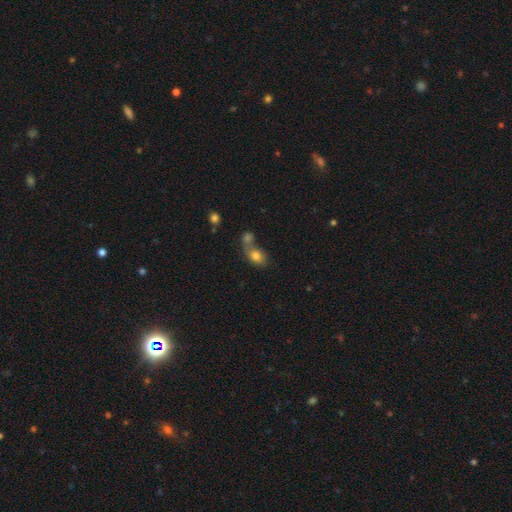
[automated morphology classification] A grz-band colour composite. It shows a smooth galaxy with no disk features (79%) that is in between round and cigar-shaped (70%). Merging: merger (54%).